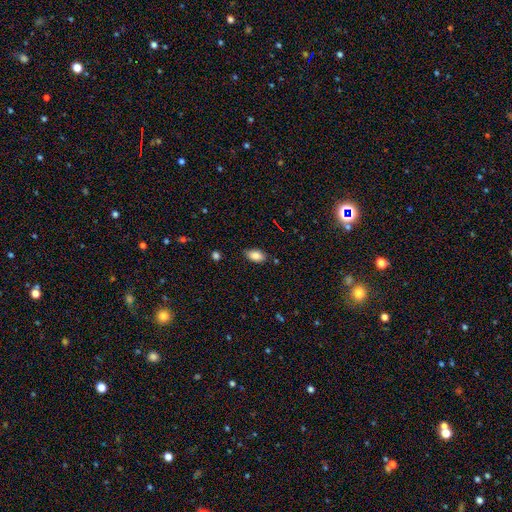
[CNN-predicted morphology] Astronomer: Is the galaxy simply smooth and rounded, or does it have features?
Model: smooth — 86%.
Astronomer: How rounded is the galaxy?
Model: in between — 92%.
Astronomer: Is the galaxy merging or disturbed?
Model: none — 83%.